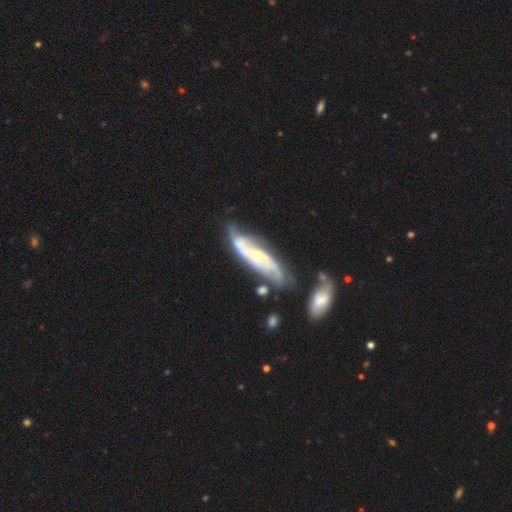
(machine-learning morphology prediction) A featured or disk galaxy (77%) with no bar (60%), 2 (58%) medium (41%) spiral arms (90%) and a small central bulge (64%).

Vote fractions:
- Smooth or featured? featured or disk: 77% / smooth: 17% / star or artifact: 5%
- Edge-on disk? no: 80% / yes: 20%
- Bar? no: 60% / weak: 28% / strong: 12%
- Spiral arms? yes: 90% / no: 10%
- Spiral winding? medium: 41% / tight: 36% / loose: 24%
- Spiral arm count? 2: 58% / can't tell: 27% / 3: 7% / 4: 3% / 1: 3% / more than 4: 2%
- Bulge size? small: 64% / moderate: 31% / none: 2% / large: 2% / dominant: 1%
- Merging? none: 52% / minor disturbance: 23% / merger: 15% / major disturbance: 9%